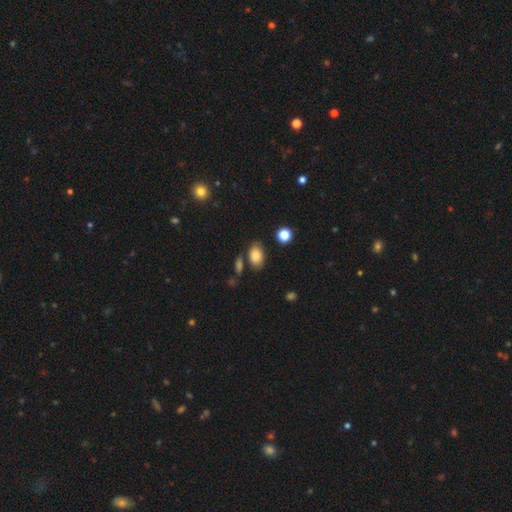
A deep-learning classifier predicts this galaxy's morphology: A smooth galaxy with no disk features (82%) that is in between round and cigar-shaped (87%).

Vote fractions:
- Smooth or featured? smooth: 82% / star or artifact: 9% / featured or disk: 9%
- How rounded? in between: 87% / round: 12% / cigar-shaped: 1%
- Merging? none: 74% / minor disturbance: 14% / merger: 8% / major disturbance: 4%